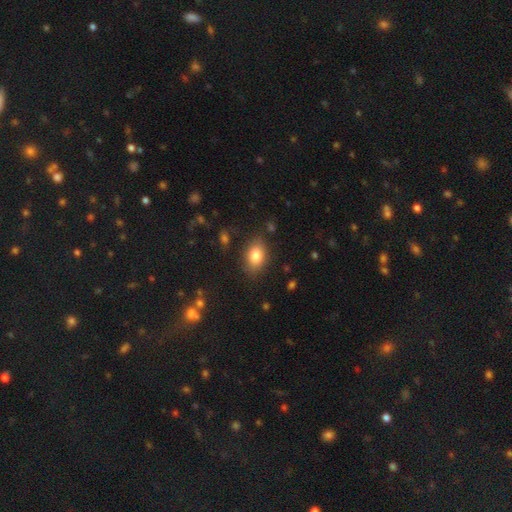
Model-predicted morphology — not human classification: A smooth galaxy with no disk features (82%) that is in between round and cigar-shaped (85%). Merging: none (82%).